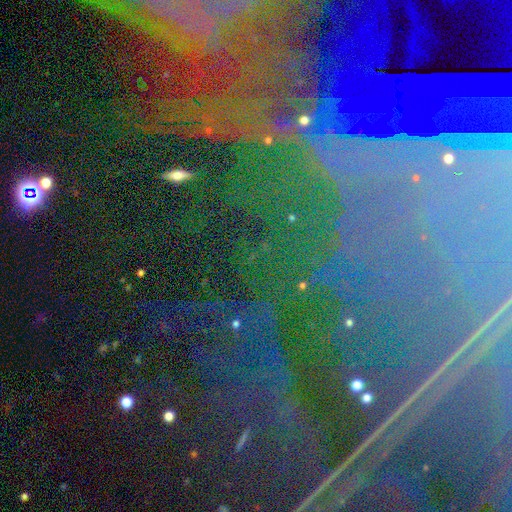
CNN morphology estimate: Overall: star or artifact (84%).